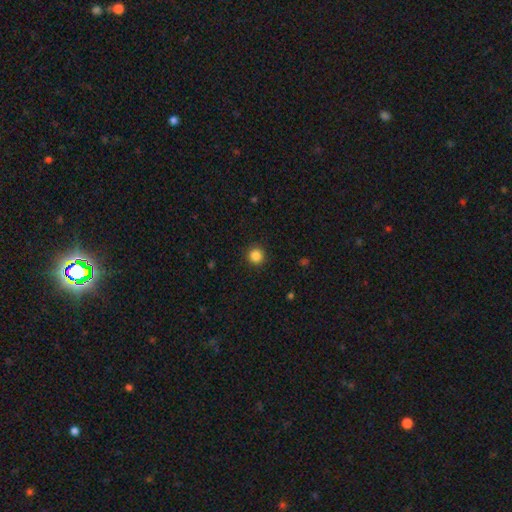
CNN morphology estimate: smooth 86%, star or artifact 11%, featured or disk 3%. Down the decision tree: how rounded — round (94%); merging — none (92%).